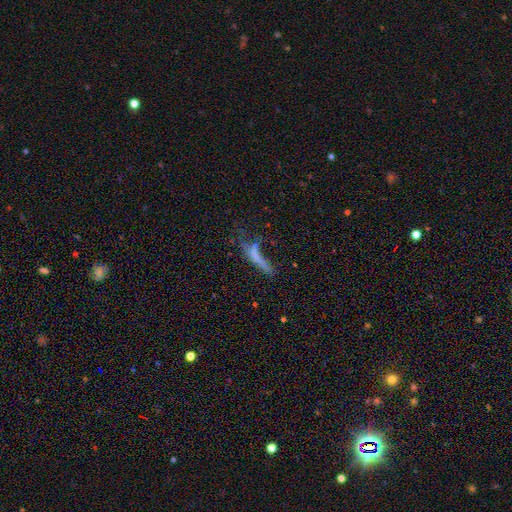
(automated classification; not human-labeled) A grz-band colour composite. It shows a smooth galaxy with no disk features (51%) that is cigar-shaped (77%). Merging: major disturbance (36%).